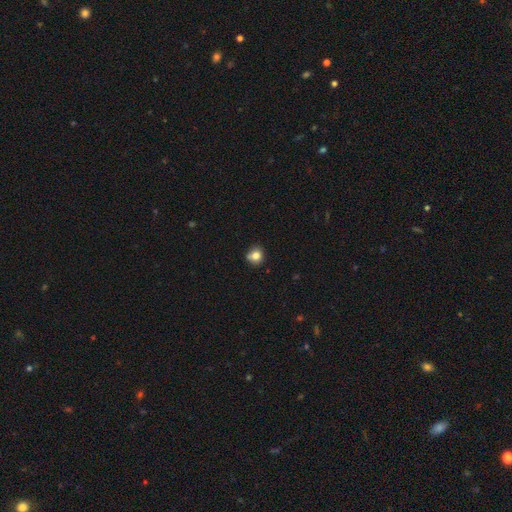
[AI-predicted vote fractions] A smooth galaxy with no disk features (80%) that is round (84%). Merging: none (69%).